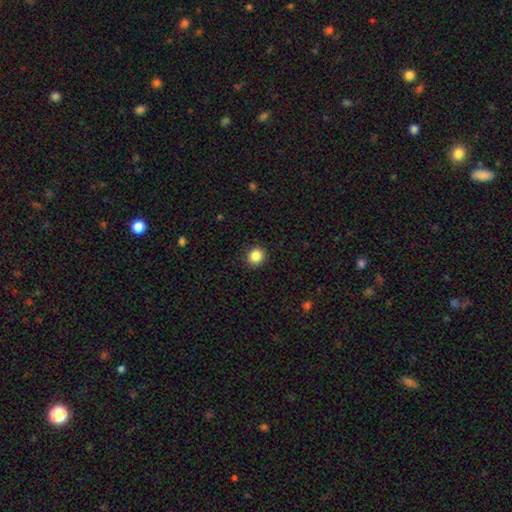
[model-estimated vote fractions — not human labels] Smooth or featured? smooth (86%)
How rounded? round (90%)
Merging? none (92%)